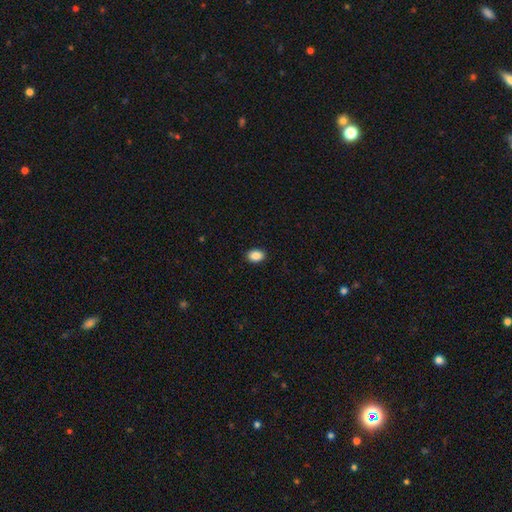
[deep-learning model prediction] Q: Smooth or featured?
A: smooth (89%); runner-up: star or artifact (8%)
Q: How rounded?
A: in between (76%); runner-up: round (23%)
Q: Merging?
A: none (91%); runner-up: minor disturbance (7%)